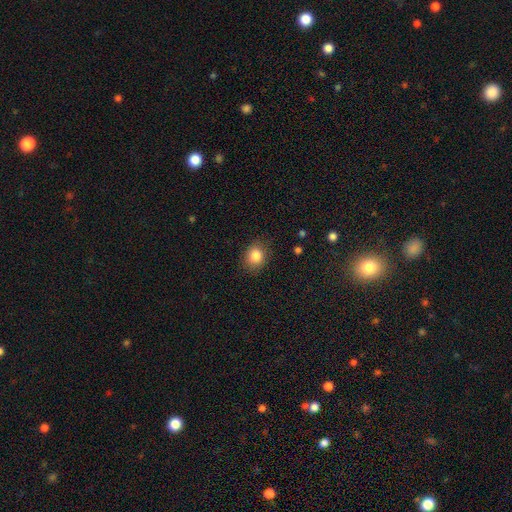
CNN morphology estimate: Q: Smooth or featured?
A: smooth (84%); runner-up: star or artifact (10%)
Q: How rounded?
A: round (62%); runner-up: in between (37%)
Q: Merging?
A: none (83%); runner-up: minor disturbance (12%)